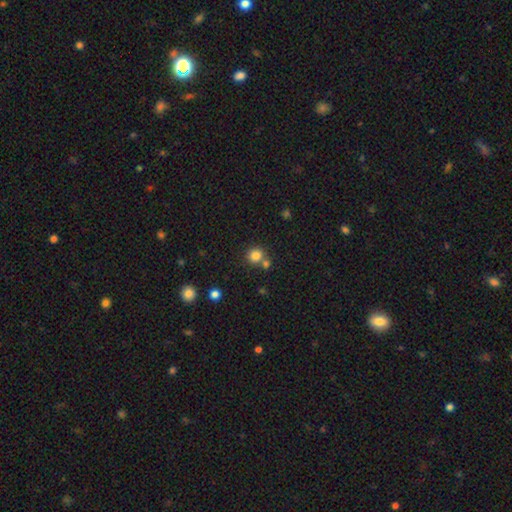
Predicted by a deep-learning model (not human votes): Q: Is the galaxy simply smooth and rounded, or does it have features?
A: smooth — 82%.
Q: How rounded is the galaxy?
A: round — 90%.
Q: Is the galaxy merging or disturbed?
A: none — 65%.